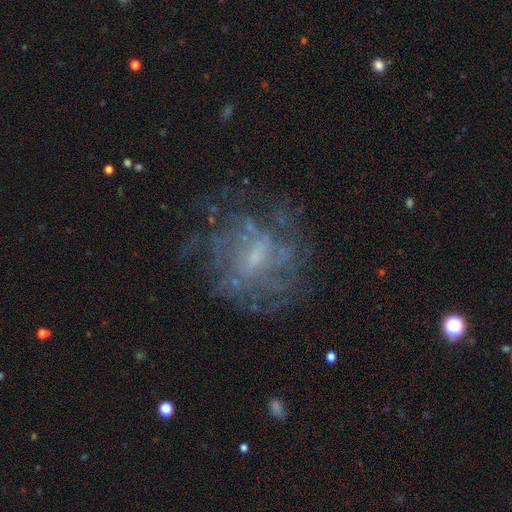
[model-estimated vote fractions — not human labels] A featured or disk galaxy (74%) with a weak bar (52%), tight (46%) spiral arms (72%) and a small central bulge (54%).

Vote fractions:
- Smooth or featured? featured or disk: 74% / smooth: 13% / star or artifact: 13%
- Edge-on disk? no: 97% / yes: 3%
- Bar? weak: 52% / no: 36% / strong: 12%
- Spiral arms? yes: 72% / no: 28%
- Spiral winding? tight: 46% / medium: 35% / loose: 19%
- Spiral arm count? can't tell: 58% / 4: 13% / more than 4: 9% / 3: 8% / 2: 7% / 1: 5%
- Bulge size? small: 54% / moderate: 24% / none: 19% / large: 2% / dominant: 1%
- Merging? none: 65% / major disturbance: 17% / minor disturbance: 16% / merger: 2%